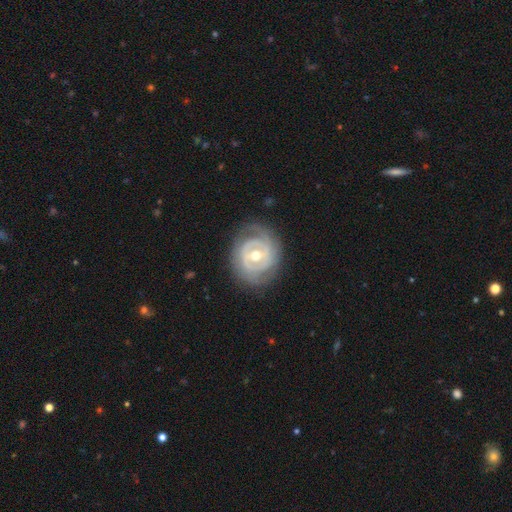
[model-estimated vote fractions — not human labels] This is clearly a featured or disk galaxy (81%). It is clearly not viewed edge-on (97%). Bar: marginally weak (41%). Spiral arm pattern: likely yes (77%). Spiral arm count: marginally 2 (45%). Spiral winding: likely tight (68%). Central bulge: likely moderate (70%). Merging: likely none (76%).